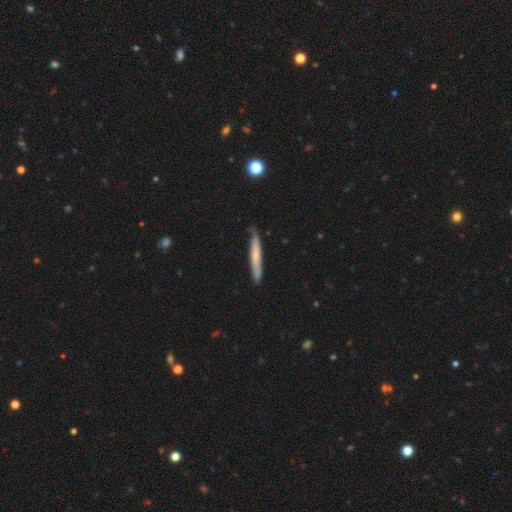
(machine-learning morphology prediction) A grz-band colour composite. It shows a smooth galaxy with no disk features (58%) that is cigar-shaped (96%). Merging: none (83%).